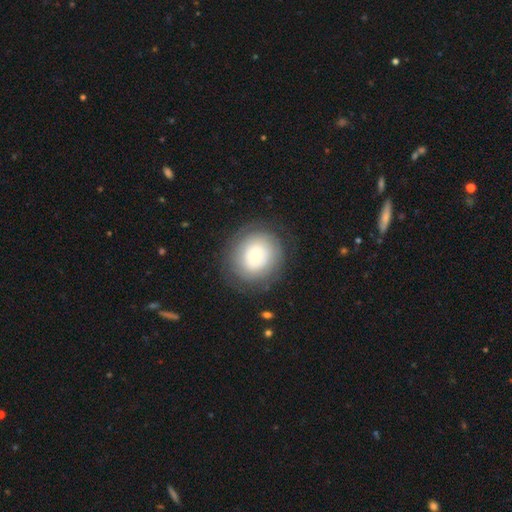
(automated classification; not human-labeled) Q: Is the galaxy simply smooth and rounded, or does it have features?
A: smooth — 60%.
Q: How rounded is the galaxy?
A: round — 81%.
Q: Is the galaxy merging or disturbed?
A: none — 81%.